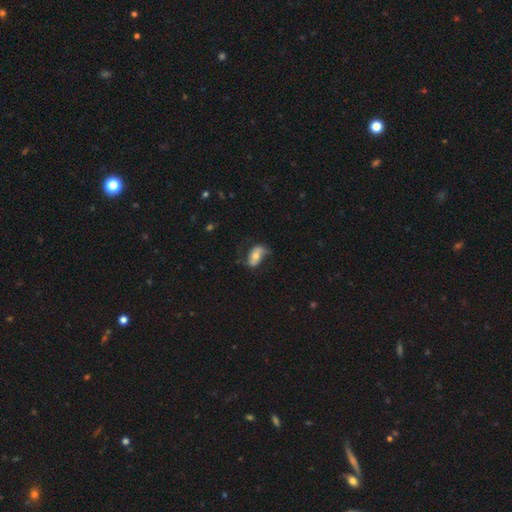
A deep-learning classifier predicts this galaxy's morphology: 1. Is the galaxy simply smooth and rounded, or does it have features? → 50% smooth, 43% featured or disk, 7% star or artifact.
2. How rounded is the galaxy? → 89% in between, 6% cigar-shaped, 5% round.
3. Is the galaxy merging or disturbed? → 56% none, 27% minor disturbance, 15% major disturbance, 2% merger.